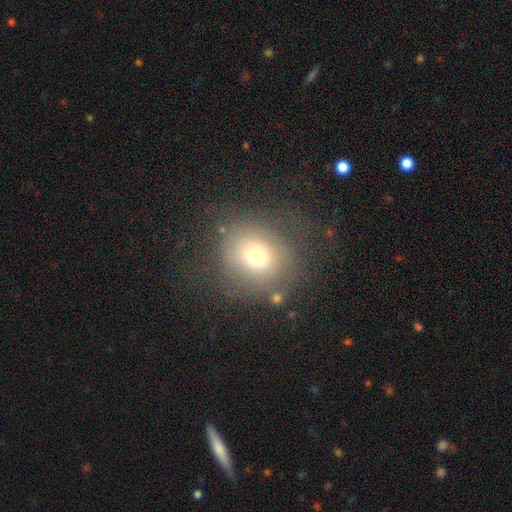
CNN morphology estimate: The model was most divided on "merging": none: 64%, minor disturbance: 18%, major disturbance: 15%, merger: 3%. More confident: how rounded — round (79%); smooth or featured — smooth (67%).